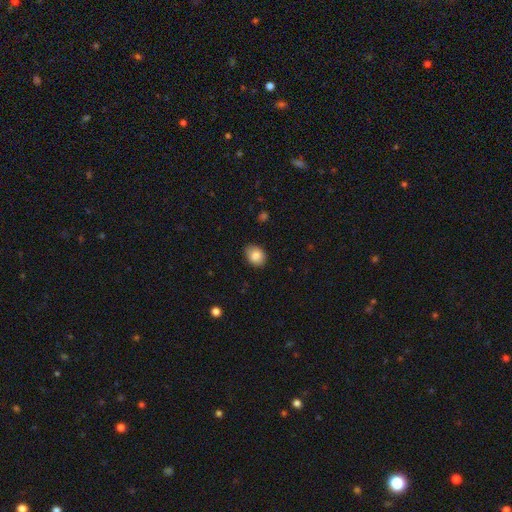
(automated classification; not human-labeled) Morphology: type=smooth (86%); roundness=in between (56%); merging=none (84%).